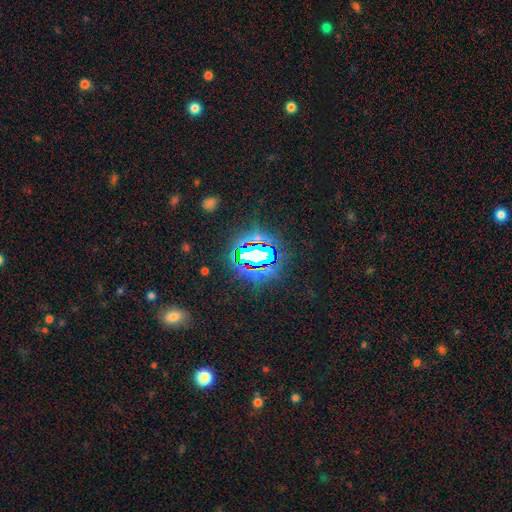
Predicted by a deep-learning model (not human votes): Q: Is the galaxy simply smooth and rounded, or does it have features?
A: star or artifact — 72%.